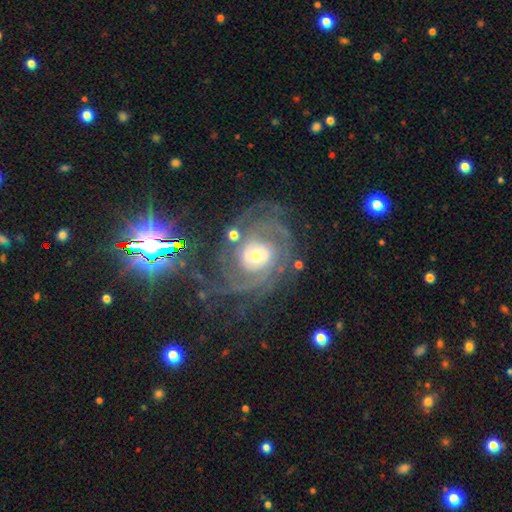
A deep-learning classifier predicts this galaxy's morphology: Smooth or featured?
  - featured or disk: 87% *
  - star or artifact: 7%
  - smooth: 6%
Edge-on disk?
  - no: 97% *
  - yes: 3%
Bar?
  - no: 59% *
  - weak: 31%
  - strong: 11%
Spiral arms?
  - yes: 96% *
  - no: 4%
Spiral winding?
  - tight: 61% *
  - medium: 30%
  - loose: 9%
Spiral arm count?
  - 2: 28% * (tied)
  - can't tell: 28% * (tied)
  - 3: 18%
  - 4: 11%
  - more than 4: 8%
  - 1: 7%
Bulge size?
  - moderate: 51% *
  - small: 36%
  - large: 10%
  - dominant: 2%
  - none: 1%
Merging?
  - none: 63% *
  - minor disturbance: 17%
  - major disturbance: 16%
  - merger: 4%